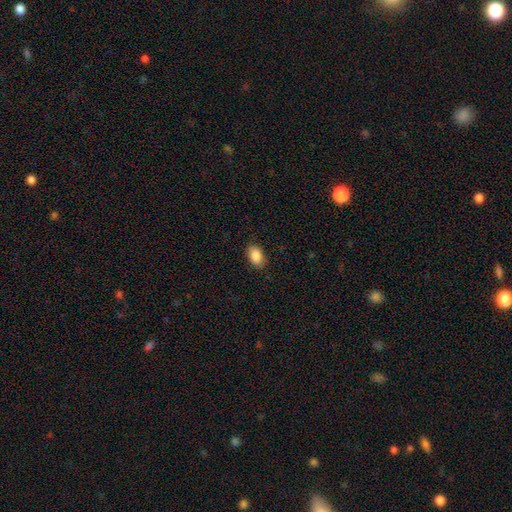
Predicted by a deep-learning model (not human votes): Overall: smooth (88%). How rounded: in between (90%). Merging: none (87%).